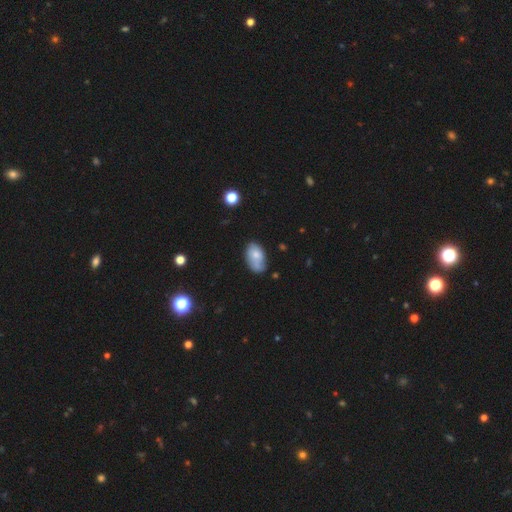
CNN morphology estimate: smooth 69%, featured or disk 23%, star or artifact 8%. Down the decision tree: how rounded — in between (92%); merging — none (49%).